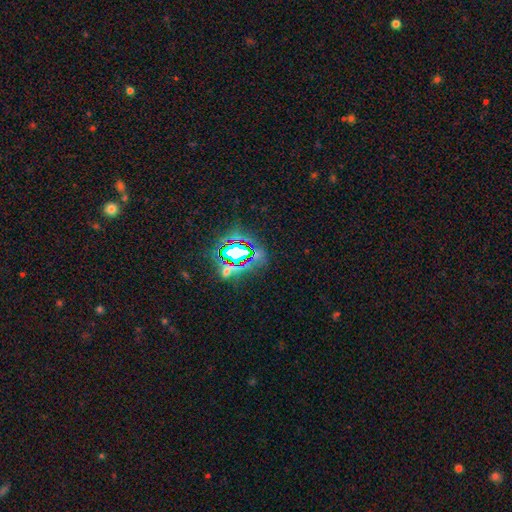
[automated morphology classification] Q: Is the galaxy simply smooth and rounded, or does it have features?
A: star or artifact — 76%.